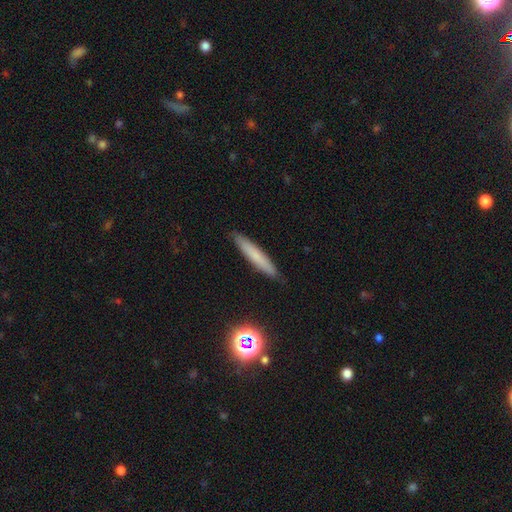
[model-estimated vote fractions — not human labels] A smooth galaxy with no disk features (68%) that is cigar-shaped (93%).

Vote fractions:
- Smooth or featured? smooth: 68% / featured or disk: 22% / star or artifact: 10%
- How rounded? cigar-shaped: 93% / in between: 6% / round: 2%
- Merging? none: 90% / minor disturbance: 7% / major disturbance: 2% / merger: 1%